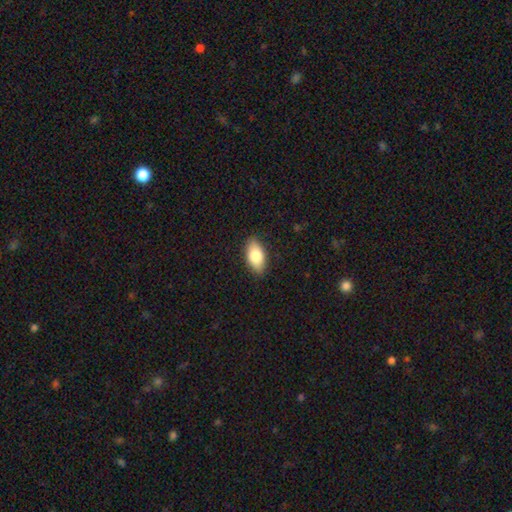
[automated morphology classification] smooth_or_featured: smooth (p=0.80) [alt: featured or disk p=0.14]
how_rounded: in between (p=0.91) [alt: cigar-shaped p=0.05]
merging: none (p=0.87) [alt: minor disturbance p=0.10]